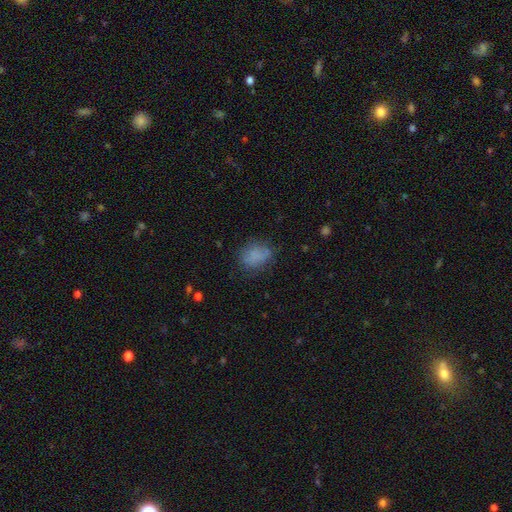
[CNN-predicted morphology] This is likely a smooth galaxy (77%). How rounded: likely in between (62%). Merging: likely none (67%).